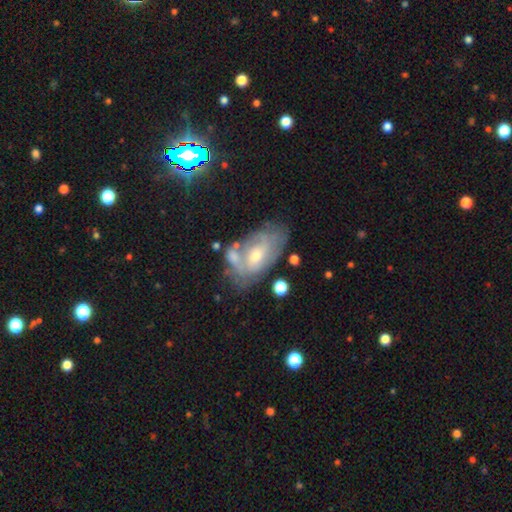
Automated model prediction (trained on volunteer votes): Overall: featured or disk (65%; smooth 26%). Edge-on disk: no (92%). Bar: no (57%; weak 34%). Spiral arms: yes (66%; no 34%). Bulge size: small (49%; moderate 46%). Merging: none (49%; minor disturbance 23%).